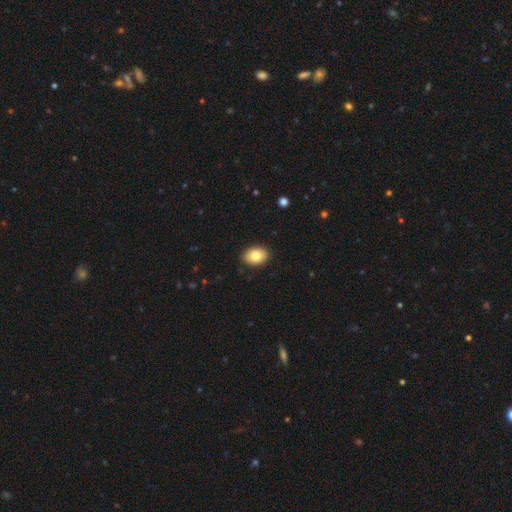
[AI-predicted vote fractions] The model was most divided on "how rounded": in between: 77%, round: 22%, cigar-shaped: 1%. More confident: merging — none (90%); smooth or featured — smooth (80%).